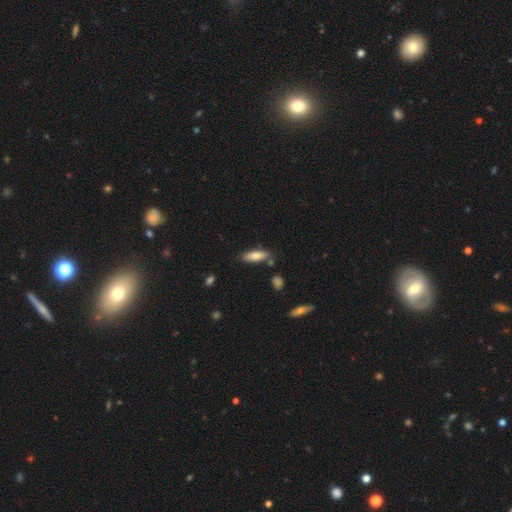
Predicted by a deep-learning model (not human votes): Q: Smooth or featured?
A: smooth (79%); runner-up: featured or disk (14%)
Q: How rounded?
A: in between (61%); runner-up: cigar-shaped (37%)
Q: Merging?
A: none (78%); runner-up: minor disturbance (14%)